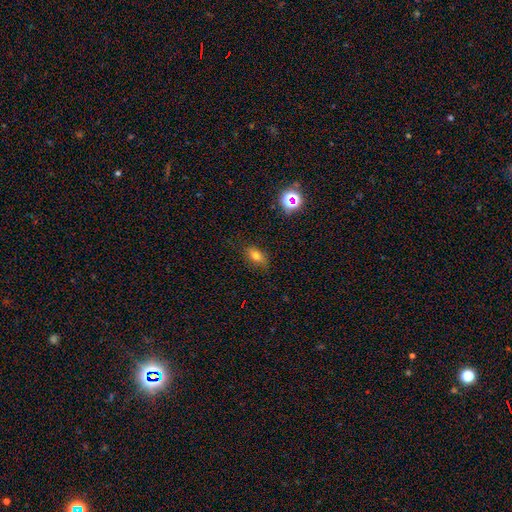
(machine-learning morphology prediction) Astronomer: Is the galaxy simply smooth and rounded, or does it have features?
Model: smooth — 74%.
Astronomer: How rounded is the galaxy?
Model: in between — 81%.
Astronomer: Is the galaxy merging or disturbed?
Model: none — 80%.